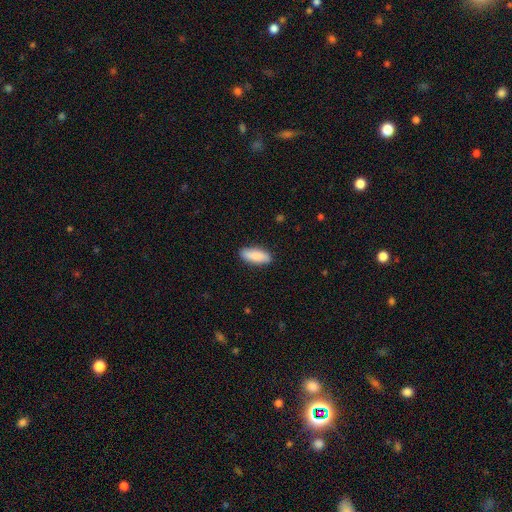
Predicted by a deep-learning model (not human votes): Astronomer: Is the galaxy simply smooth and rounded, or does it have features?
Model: smooth — 88%.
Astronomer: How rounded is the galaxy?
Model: in between — 75%.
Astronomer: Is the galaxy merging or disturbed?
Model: none — 89%.